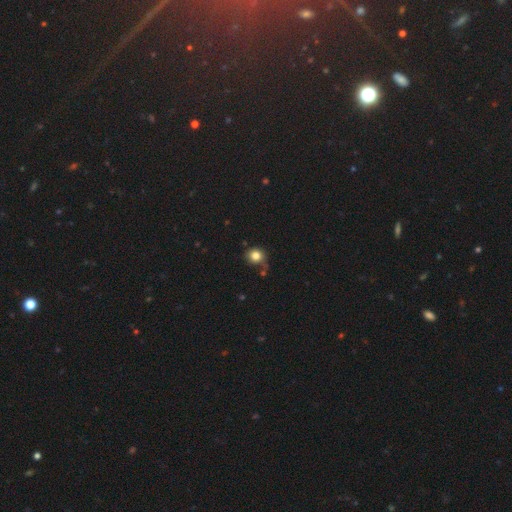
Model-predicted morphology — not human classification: type=smooth (82%); roundness=round (85%); merging=none (69%).